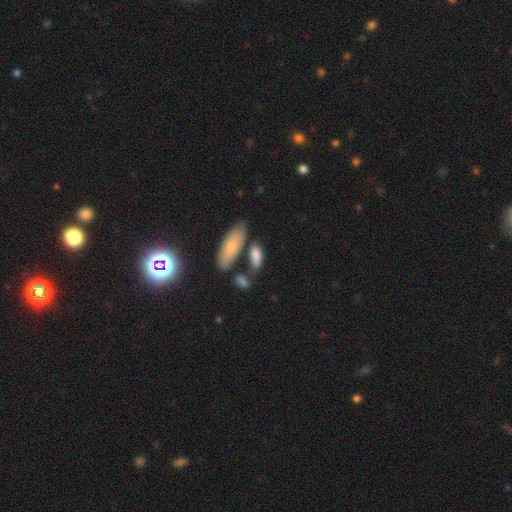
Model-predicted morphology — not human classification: Q: Smooth or featured?
A: smooth (80%); runner-up: featured or disk (13%)
Q: How rounded?
A: in between (74%); runner-up: cigar-shaped (22%)
Q: Merging?
A: none (57%); runner-up: merger (20%)